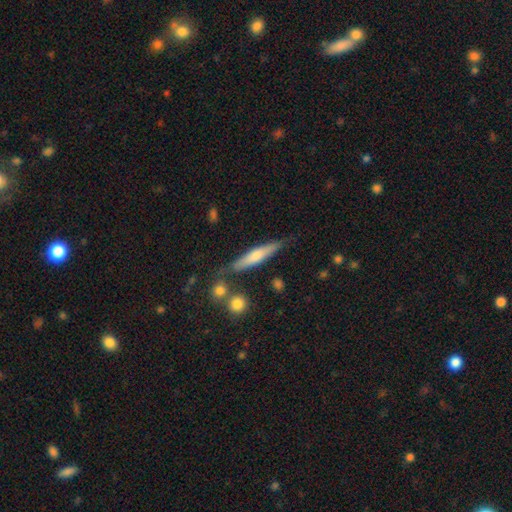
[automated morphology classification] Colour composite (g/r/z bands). It shows a featured or disk galaxy (56%) viewed edge-on (93%) with a rounded central bulge (71%). Merging: none (77%).